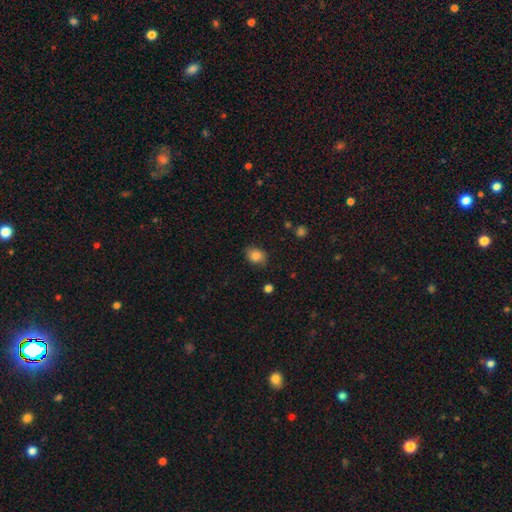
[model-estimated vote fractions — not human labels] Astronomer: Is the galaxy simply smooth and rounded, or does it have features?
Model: smooth — 83%.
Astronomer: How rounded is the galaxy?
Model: in between — 62%.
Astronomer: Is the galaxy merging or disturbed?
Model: none — 79%.